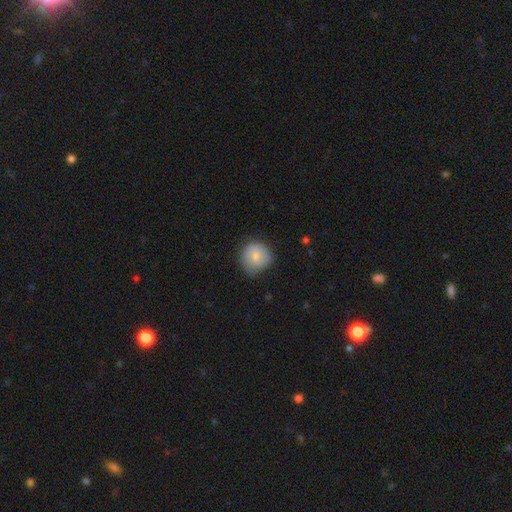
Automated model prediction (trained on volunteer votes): Overall: smooth (77%). How rounded: round (89%). Merging: none (68%).